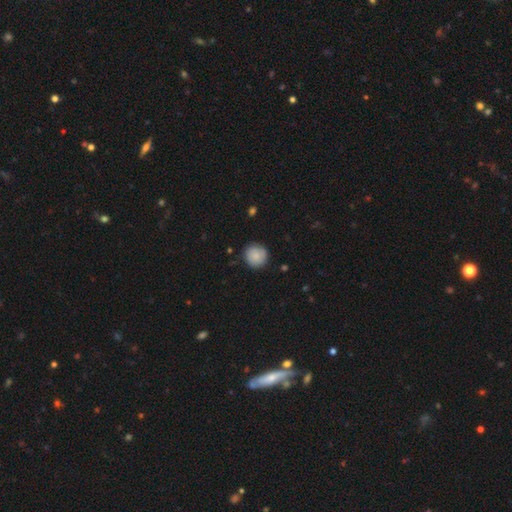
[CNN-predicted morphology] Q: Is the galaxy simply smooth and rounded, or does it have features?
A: smooth — 85%.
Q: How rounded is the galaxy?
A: round — 93%.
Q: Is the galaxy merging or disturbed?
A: none — 85%.